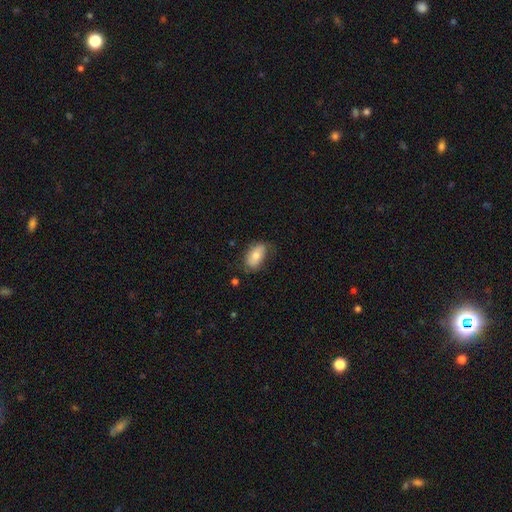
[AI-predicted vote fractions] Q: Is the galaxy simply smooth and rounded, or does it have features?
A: smooth — 76%.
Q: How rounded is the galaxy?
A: in between — 92%.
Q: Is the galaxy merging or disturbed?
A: none — 66%.